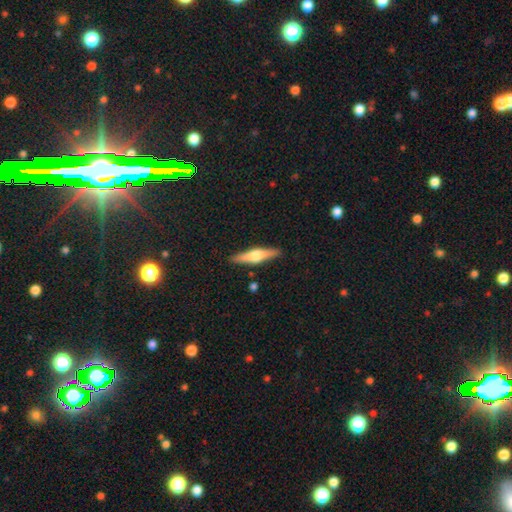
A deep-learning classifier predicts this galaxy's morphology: A featured or disk galaxy (58%) viewed edge-on (96%) with a rounded central bulge (93%).

Vote fractions:
- Smooth or featured? featured or disk: 58% / smooth: 37% / star or artifact: 6%
- Edge-on disk? yes: 96% / no: 4%
- Edge-on bulge? rounded: 93% / boxy: 5% / none: 3%
- Merging? none: 89% / minor disturbance: 7% / merger: 2% / major disturbance: 2%